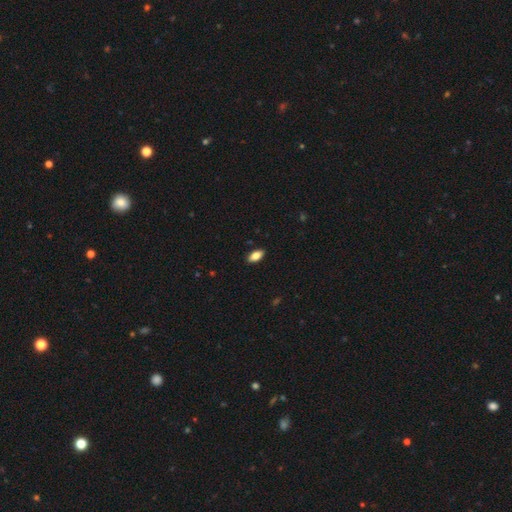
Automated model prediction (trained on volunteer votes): smooth 82%, featured or disk 11%, star or artifact 7%. Down the decision tree: how rounded — in between (90%); merging — none (89%).